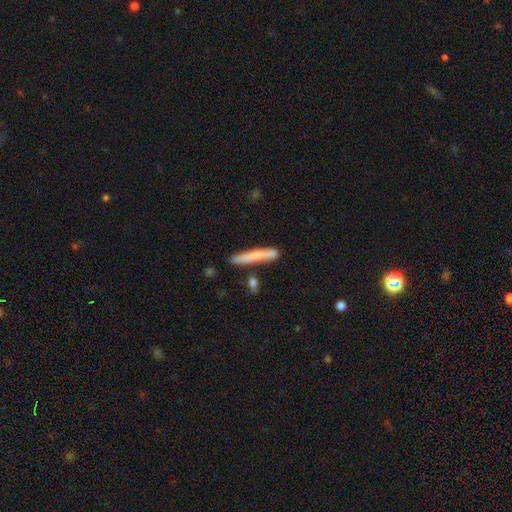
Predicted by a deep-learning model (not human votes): Q: Smooth or featured?
A: smooth (70%); runner-up: featured or disk (23%)
Q: How rounded?
A: cigar-shaped (95%); runner-up: in between (3%)
Q: Merging?
A: none (79%); runner-up: minor disturbance (12%)